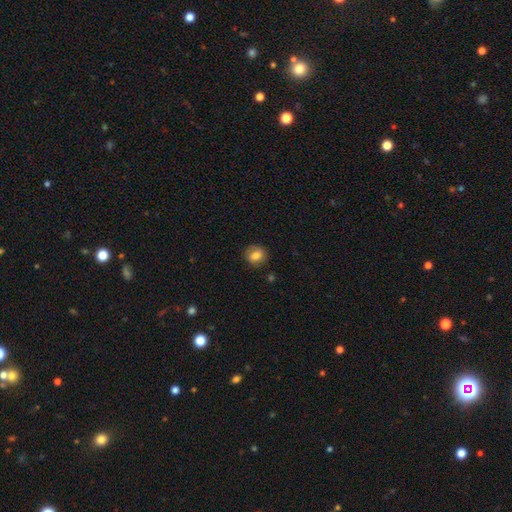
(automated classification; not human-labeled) smooth_or_featured: smooth (p=0.77) [alt: featured or disk p=0.13]
how_rounded: round (p=0.75) [alt: in between p=0.24]
merging: none (p=0.84) [alt: minor disturbance p=0.11]